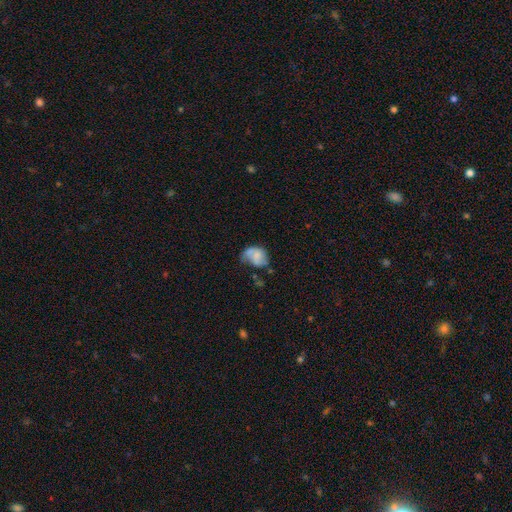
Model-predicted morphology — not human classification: A smooth galaxy with no disk features (51%) that is in between round and cigar-shaped (65%).

Vote fractions:
- Smooth or featured? smooth: 51% / featured or disk: 40% / star or artifact: 9%
- How rounded? in between: 65% / round: 34% / cigar-shaped: 1%
- Merging? minor disturbance: 32% (tied) / none: 32% (tied) / major disturbance: 26% / merger: 11%